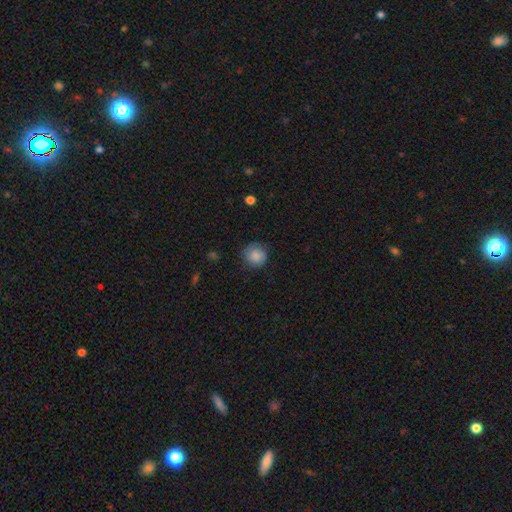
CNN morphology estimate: A smooth galaxy with no disk features (83%) that is round (90%).

Vote fractions:
- Smooth or featured? smooth: 83% / featured or disk: 10% / star or artifact: 8%
- How rounded? round: 90% / in between: 9% / cigar-shaped: 1%
- Merging? none: 77% / minor disturbance: 17% / major disturbance: 4% / merger: 1%